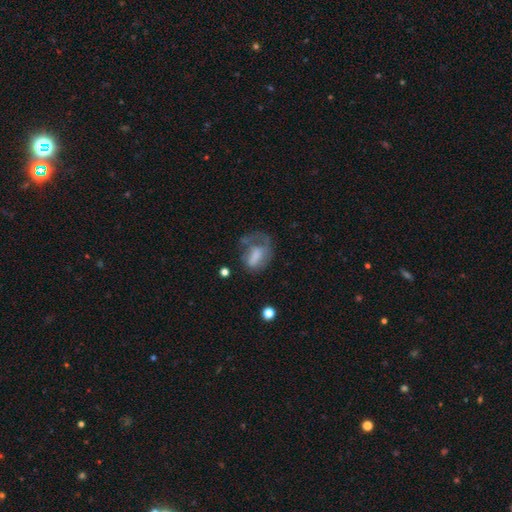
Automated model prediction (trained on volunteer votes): smooth-or-featured: smooth: 52% | featured or disk: 37% | star or artifact: 11%
  how-rounded: in between: 72% | round: 24% | cigar-shaped: 4%
  merging: major disturbance: 47% | none: 26% | minor disturbance: 22% | merger: 5%